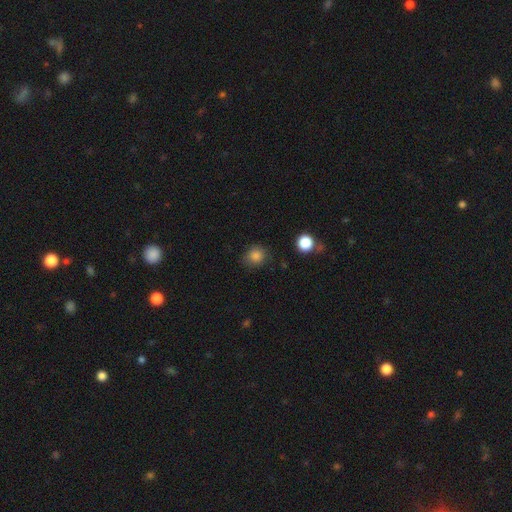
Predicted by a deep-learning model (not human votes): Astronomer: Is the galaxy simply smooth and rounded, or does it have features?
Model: smooth — 84%.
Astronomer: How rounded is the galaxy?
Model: round — 84%.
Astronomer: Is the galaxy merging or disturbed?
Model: none — 81%.